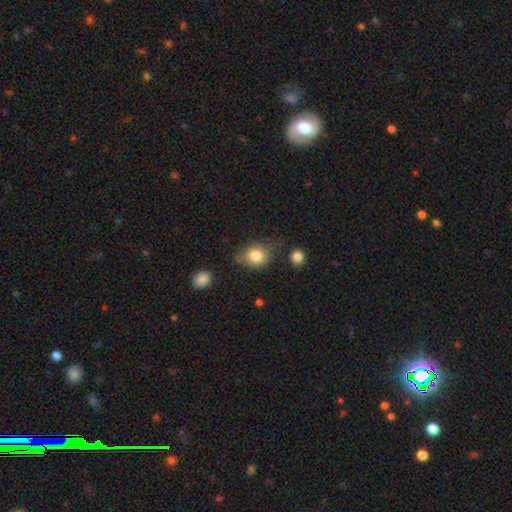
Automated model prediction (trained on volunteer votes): The model was most divided on "how rounded": round: 57%, in between: 42%, cigar-shaped: 1%. More confident: smooth or featured — smooth (81%); merging — none (61%).